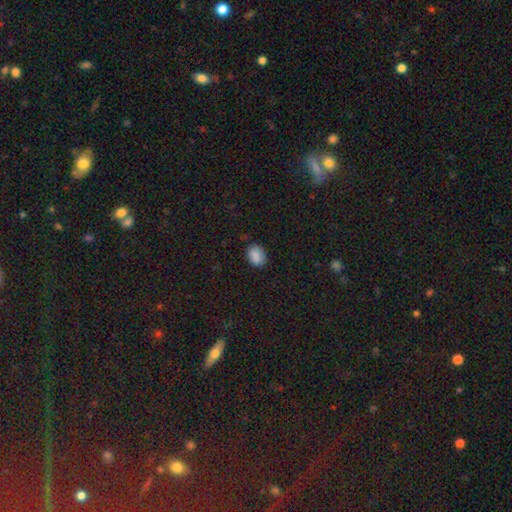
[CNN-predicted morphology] This appears to be a smooth galaxy with no disk features (85%) that is in between round and cigar-shaped (66%). Merging: none (78%).